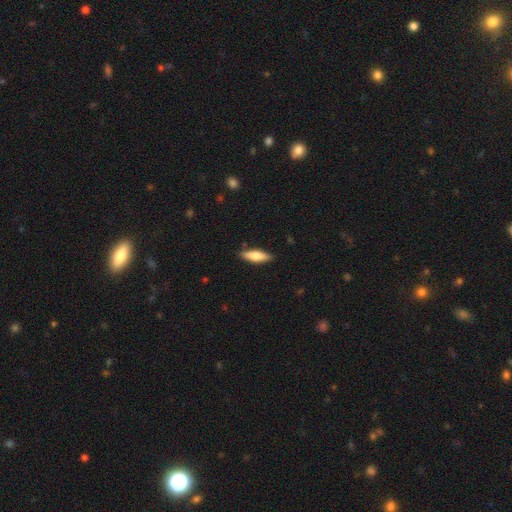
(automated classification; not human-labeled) This is likely a smooth galaxy (70%). How rounded: possibly cigar-shaped (51%). Merging: clearly none (86%).